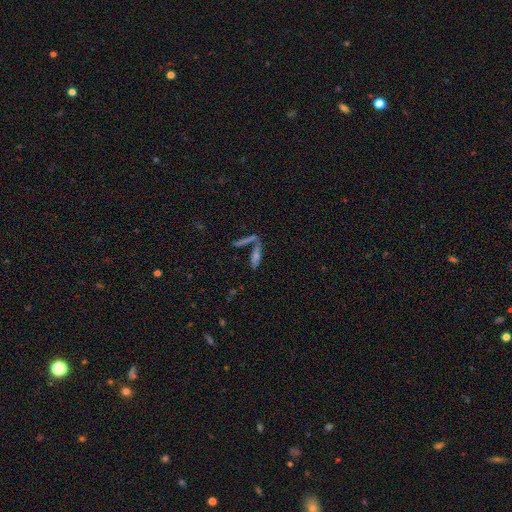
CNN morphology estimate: Overall: smooth (43%; featured or disk 41%). Merging: none (44%; merger 37%).